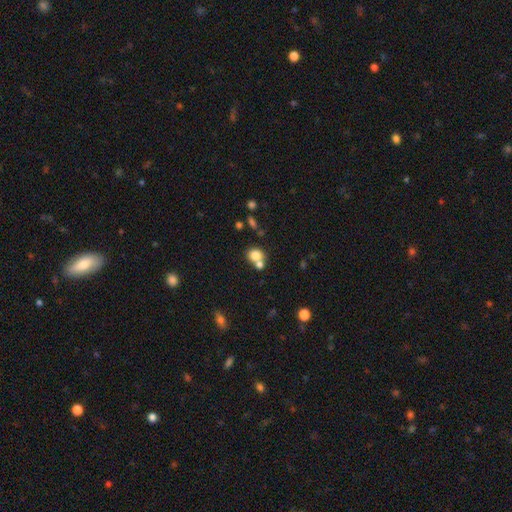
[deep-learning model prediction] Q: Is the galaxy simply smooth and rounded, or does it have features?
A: smooth — 78%.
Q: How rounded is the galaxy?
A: round — 70%.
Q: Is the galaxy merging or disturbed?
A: none — 47%.